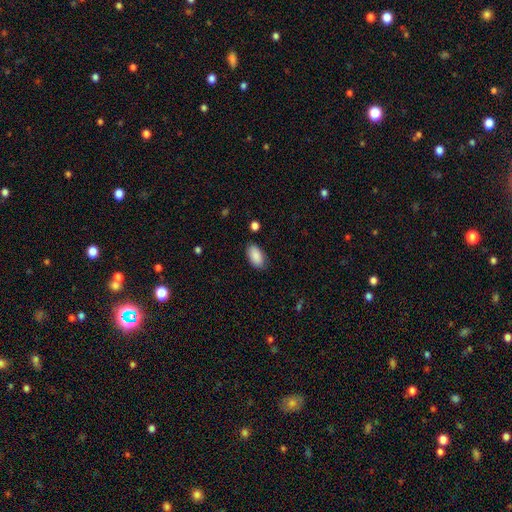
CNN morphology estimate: Smooth or featured: smooth — 89% (star or artifact — 7%)
How rounded: in between — 94% (round — 3%)
Merging: none — 83% (minor disturbance — 12%)